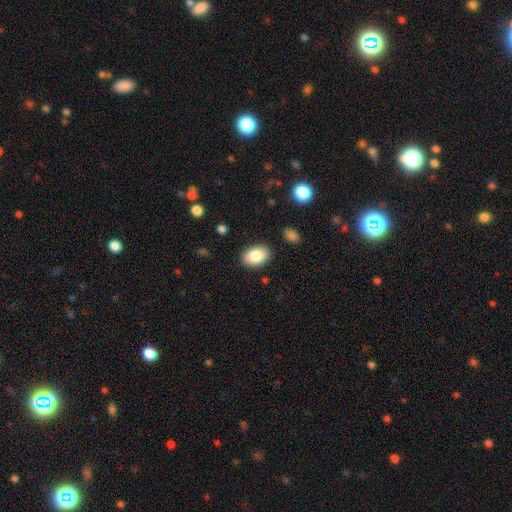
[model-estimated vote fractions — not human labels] Morphology: type=smooth (84%); roundness=in between (85%); merging=none (88%).